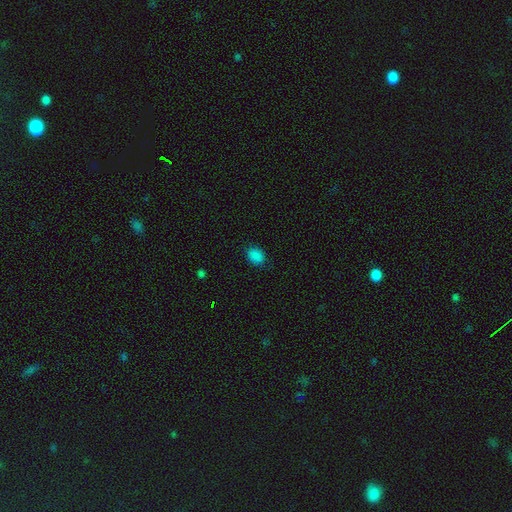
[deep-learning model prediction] A smooth galaxy with no disk features (84%) that is in between round and cigar-shaped (66%). Merging: none (84%).